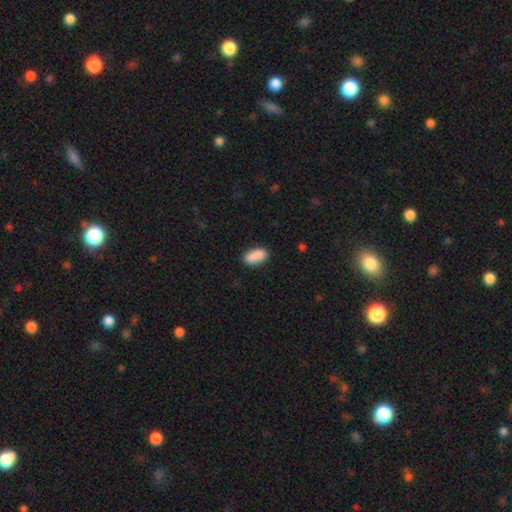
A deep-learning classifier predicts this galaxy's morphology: A smooth galaxy with no disk features (90%) that is in between round and cigar-shaped (92%). Merging: none (86%).